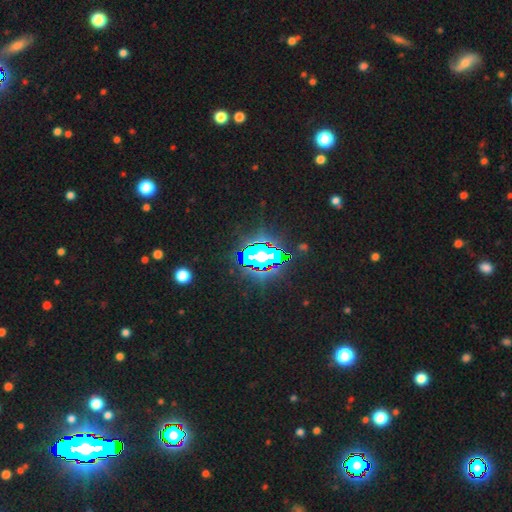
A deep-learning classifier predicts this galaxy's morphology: This appears to be a star or artifact, not a galaxy (80%).